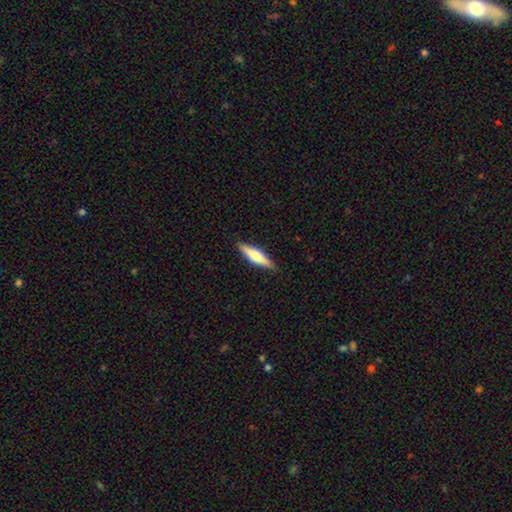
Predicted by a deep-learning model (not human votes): This is possibly a featured or disk galaxy (47%, tied with smooth). Merging: clearly none (90%).